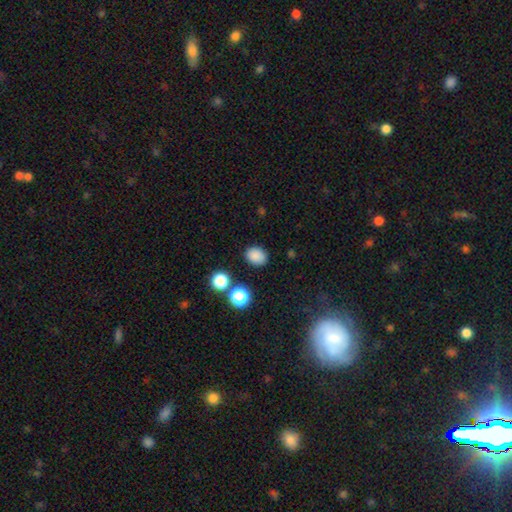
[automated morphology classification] Smooth or featured: smooth — 84% (star or artifact — 12%)
How rounded: in between — 52% (round — 47%)
Merging: none — 84% (minor disturbance — 10%)